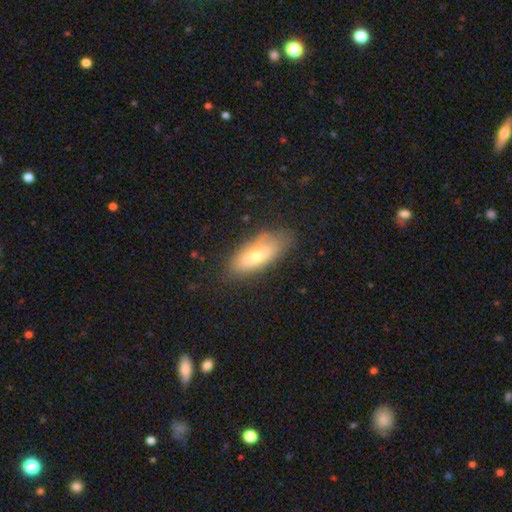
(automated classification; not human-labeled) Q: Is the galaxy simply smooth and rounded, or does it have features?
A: smooth — 67%.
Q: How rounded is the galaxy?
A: in between — 79%.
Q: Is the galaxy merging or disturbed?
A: none — 73%.